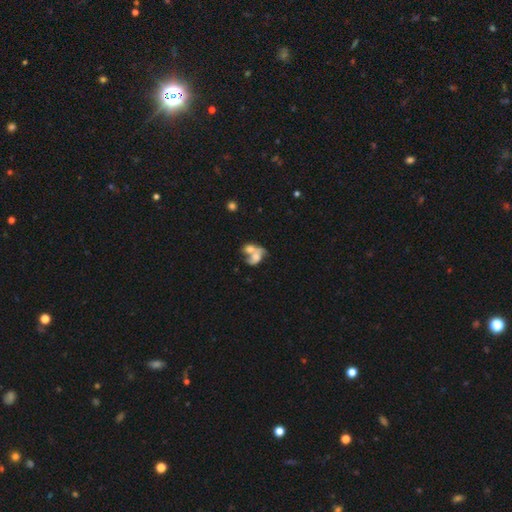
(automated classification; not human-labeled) A smooth galaxy with no disk features (45%).

Vote fractions:
- Smooth or featured? smooth: 45% / featured or disk: 44% / star or artifact: 10%
- Merging? merger: 64% / none: 16% / major disturbance: 11% / minor disturbance: 9%